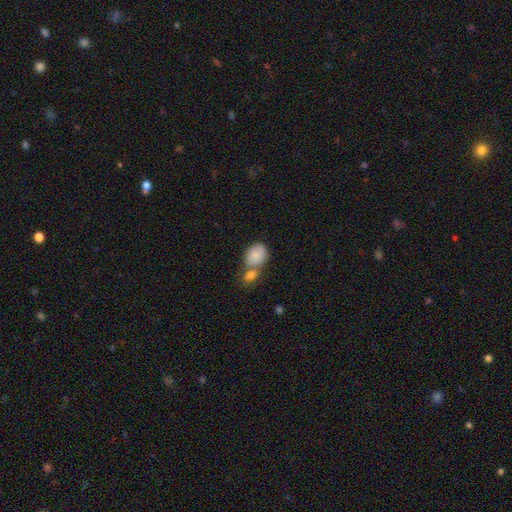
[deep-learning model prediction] A smooth galaxy with no disk features (82%) that is in between round and cigar-shaped (71%). Merging: merger (52%).